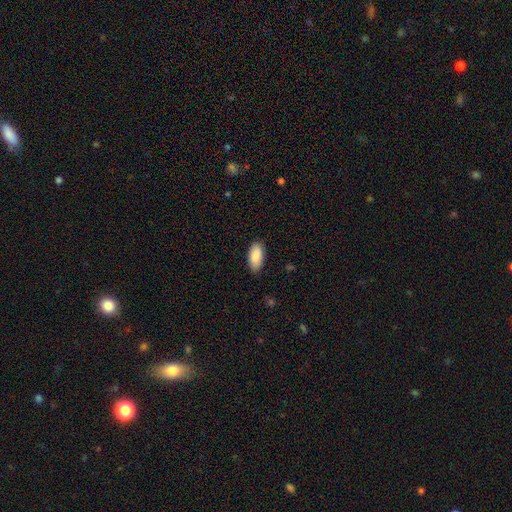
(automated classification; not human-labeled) Q: Smooth or featured?
A: smooth (90%); runner-up: star or artifact (6%)
Q: How rounded?
A: in between (91%); runner-up: cigar-shaped (7%)
Q: Merging?
A: none (86%); runner-up: minor disturbance (11%)